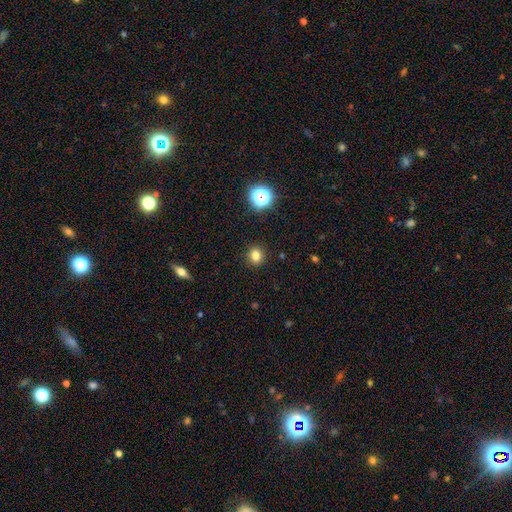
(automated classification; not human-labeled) Smooth or featured: smooth — 79% (star or artifact — 15%)
How rounded: round — 84% (in between — 15%)
Merging: none — 91% (minor disturbance — 6%)